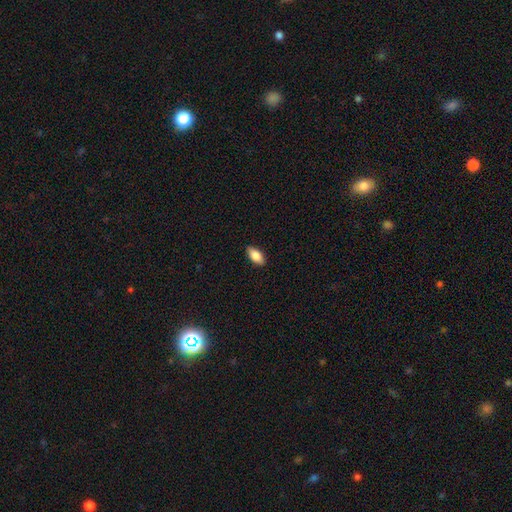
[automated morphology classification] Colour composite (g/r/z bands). It shows a smooth galaxy with no disk features (81%) that is in between round and cigar-shaped (89%). Merging: none (89%).